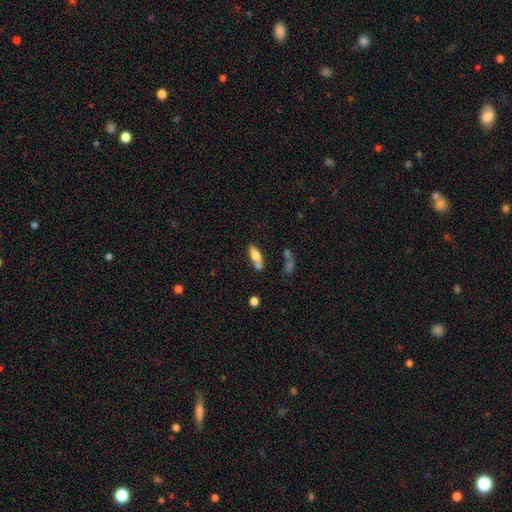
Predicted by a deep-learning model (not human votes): Smooth or featured?
  - smooth: 68% *
  - featured or disk: 25%
  - star or artifact: 8%
How rounded?
  - in between: 53% *
  - cigar-shaped: 44%
  - round: 3%
Merging?
  - none: 52% *
  - merger: 23%
  - minor disturbance: 18%
  - major disturbance: 7%